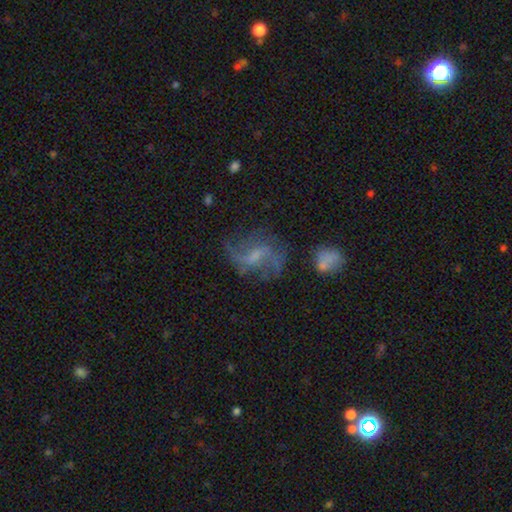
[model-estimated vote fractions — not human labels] Smooth or featured? featured or disk (73%)
Edge-on disk? no (97%)
Bar? weak (53%)
Spiral arms? yes (87%)
Spiral winding? loose (69%)
Spiral arm count? 2 (73%)
Bulge size? small (41%)
Merging? none (56%)